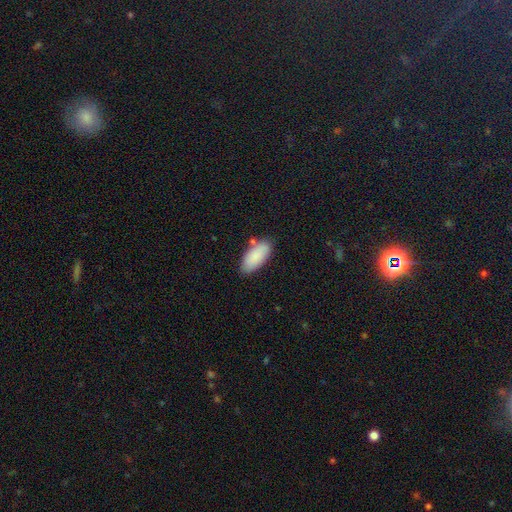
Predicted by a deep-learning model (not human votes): A smooth galaxy with no disk features (87%) that is in between round and cigar-shaped (88%).

Vote fractions:
- Smooth or featured? smooth: 87% / featured or disk: 7% / star or artifact: 6%
- How rounded? in between: 88% / cigar-shaped: 10% / round: 2%
- Merging? none: 76% / minor disturbance: 16% / merger: 5% / major disturbance: 3%